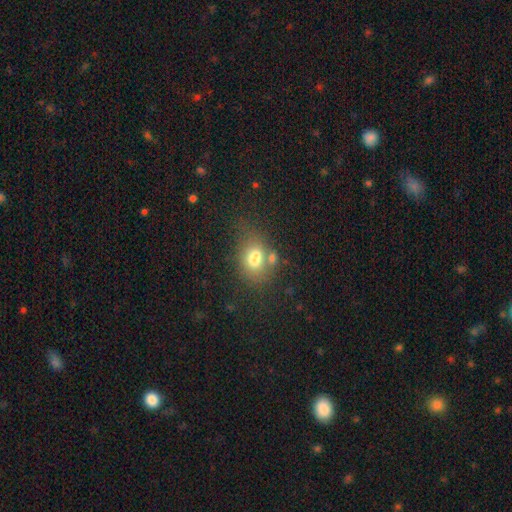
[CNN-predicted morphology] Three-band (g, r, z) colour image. It shows a smooth galaxy with no disk features (73%) that is in between round and cigar-shaped (61%). Merging: none (46%).